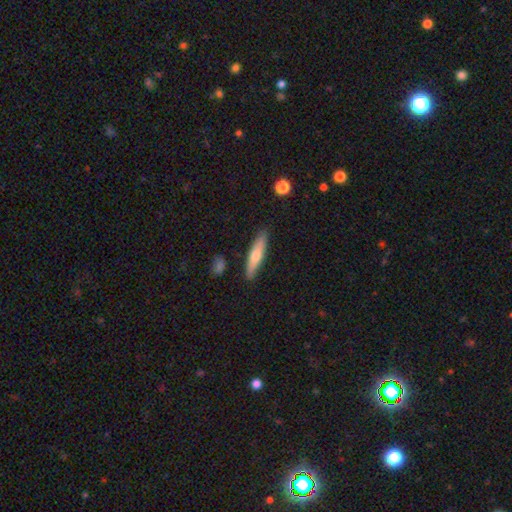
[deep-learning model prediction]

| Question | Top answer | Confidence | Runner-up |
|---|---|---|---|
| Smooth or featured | smooth | 62% | featured or disk (32%) |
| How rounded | cigar-shaped | 84% | in between (15%) |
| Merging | none | 87% | minor disturbance (10%) |